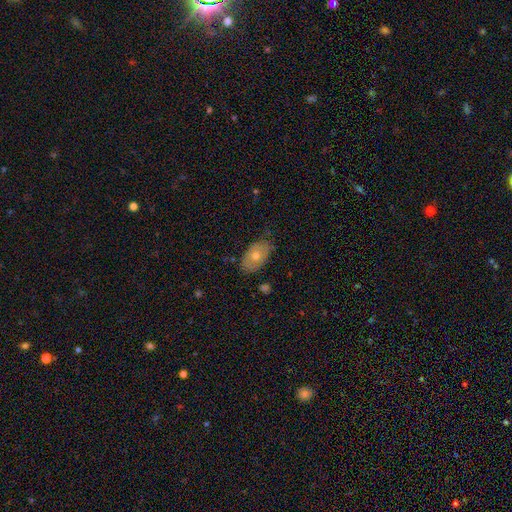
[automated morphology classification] This appears to be a smooth galaxy with no disk features (52%) that is in between round and cigar-shaped (89%). Merging: none (76%).